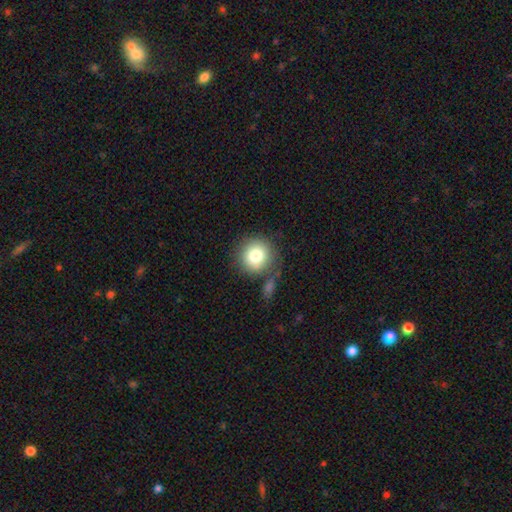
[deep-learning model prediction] The model was most divided on "merging": none: 72%, minor disturbance: 13%, merger: 9%, major disturbance: 6%. More confident: how rounded — round (91%); smooth or featured — smooth (78%).